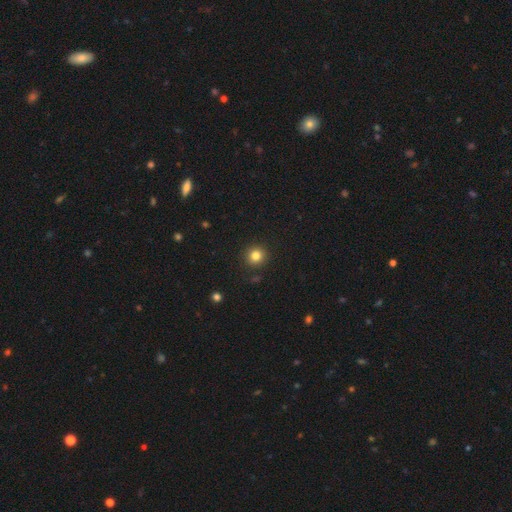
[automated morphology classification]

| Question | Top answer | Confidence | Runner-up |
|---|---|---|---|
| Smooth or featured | smooth | 82% | star or artifact (12%) |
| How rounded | round | 93% | in between (6%) |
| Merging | none | 91% | minor disturbance (6%) |